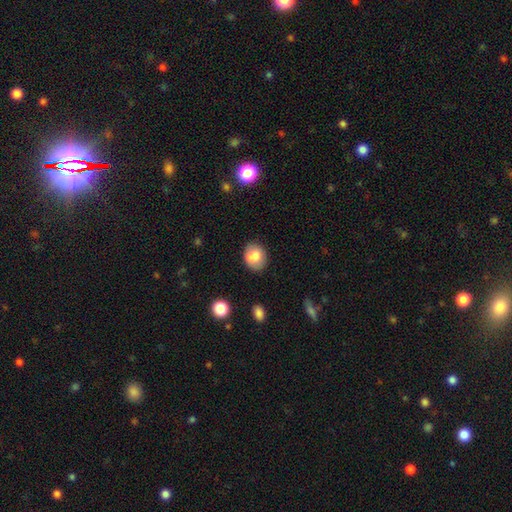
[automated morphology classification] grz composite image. It shows a smooth galaxy with no disk features (73%) that is round (55%). Merging: none (60%).